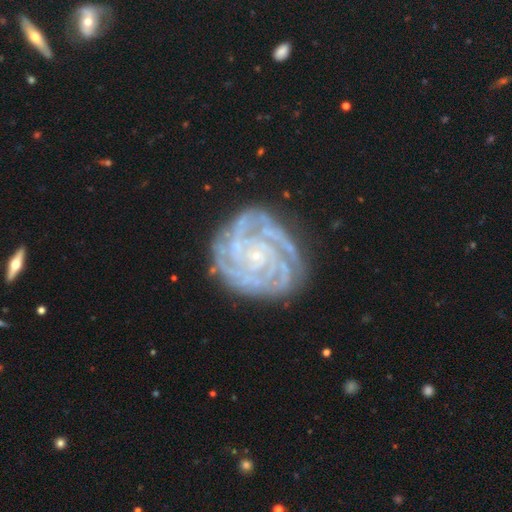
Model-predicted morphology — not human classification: Smooth or featured? Predicted: featured or disk (p=0.90). Edge-on disk? Predicted: no (p=0.98). Bar? Predicted: no (p=0.76). Spiral arms? Predicted: yes (p=0.98). Spiral winding? Predicted: tight (p=0.82). Spiral arm count? Predicted: 4 (p=0.28). Bulge size? Predicted: small (p=0.86). Merging? Predicted: none (p=0.77).